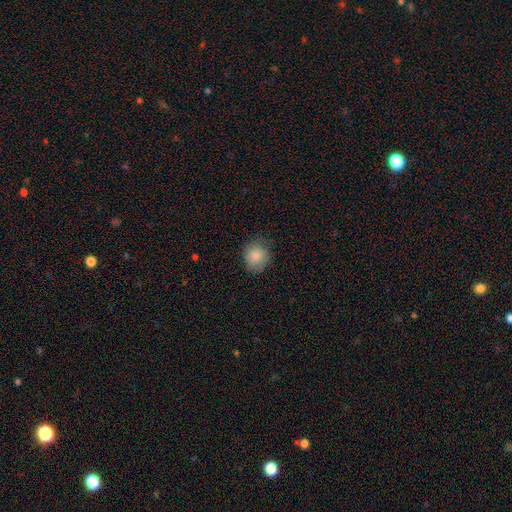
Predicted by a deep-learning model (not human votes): Smooth or featured: smooth — 85% (star or artifact — 8%)
How rounded: round — 78% (in between — 21%)
Merging: none — 75% (minor disturbance — 20%)